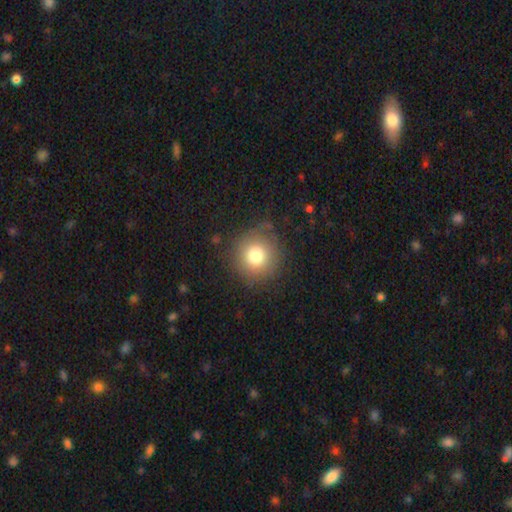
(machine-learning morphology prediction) smooth-or-featured: smooth: 77% | star or artifact: 12% | featured or disk: 11%
  how-rounded: round: 93% | in between: 6% | cigar-shaped: 1%
  merging: none: 82% | minor disturbance: 11% | major disturbance: 5% | merger: 2%